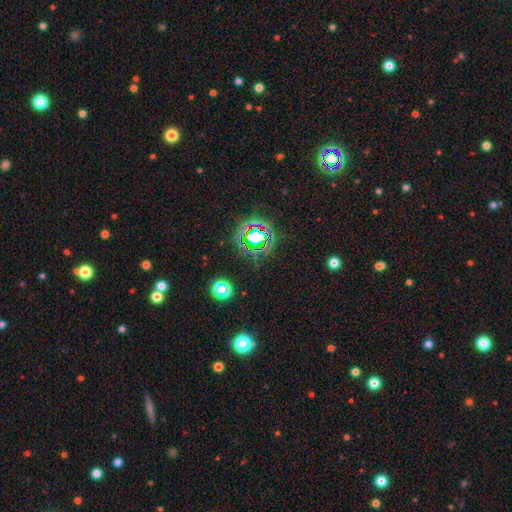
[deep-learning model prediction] star or artifact 79%, smooth 14%, featured or disk 7%.